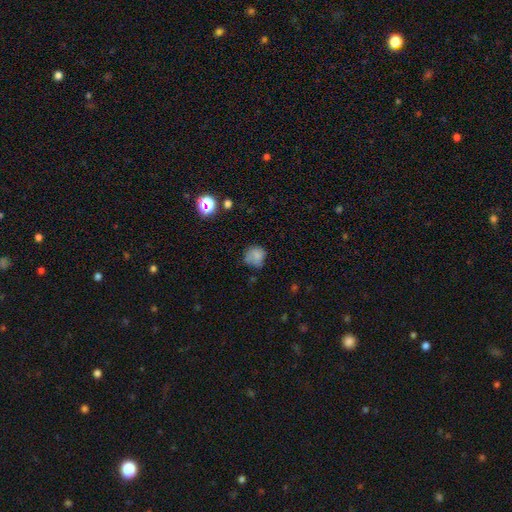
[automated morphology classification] type=smooth (73%); roundness=round (78%); merging=none (56%).